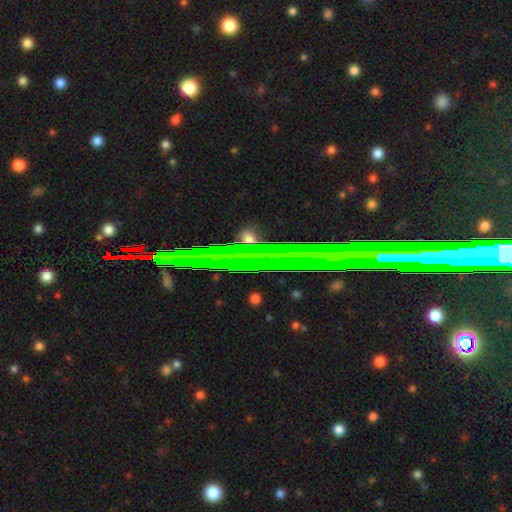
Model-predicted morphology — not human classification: Smooth or featured? Predicted: star or artifact (p=0.53).